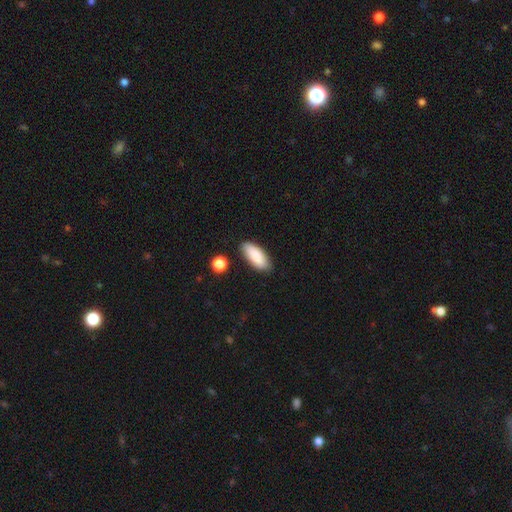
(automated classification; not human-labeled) smooth 86%, featured or disk 8%, star or artifact 6%. Down the decision tree: how rounded — in between (78%); merging — none (84%).